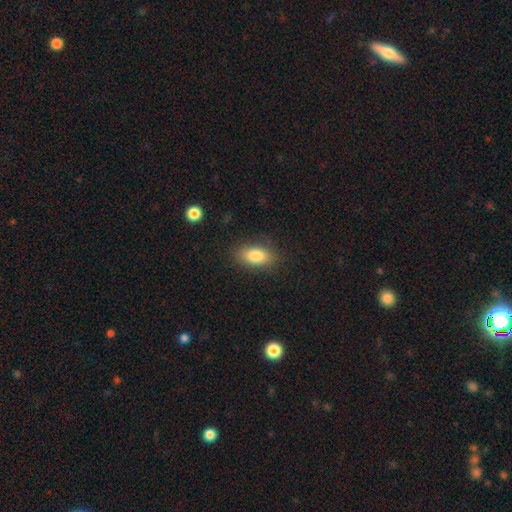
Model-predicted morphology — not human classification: A smooth galaxy with no disk features (83%) that is in between round and cigar-shaped (88%).

Vote fractions:
- Smooth or featured? smooth: 83% / featured or disk: 9% / star or artifact: 8%
- How rounded? in between: 88% / round: 7% / cigar-shaped: 5%
- Merging? none: 84% / minor disturbance: 11% / major disturbance: 3% / merger: 1%